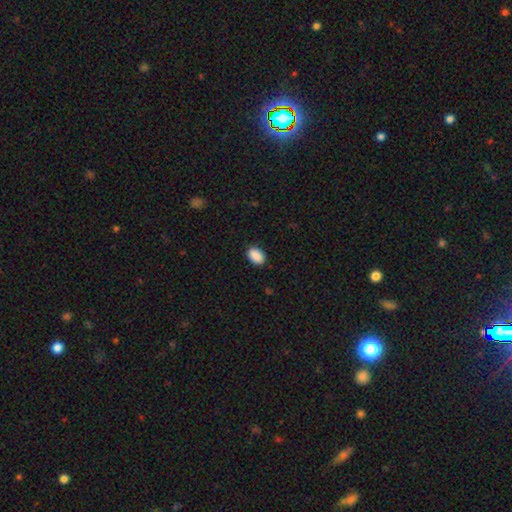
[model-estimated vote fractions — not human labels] Smooth or featured? Predicted: smooth (p=0.90). How rounded? Predicted: in between (p=0.87). Merging? Predicted: none (p=0.88).